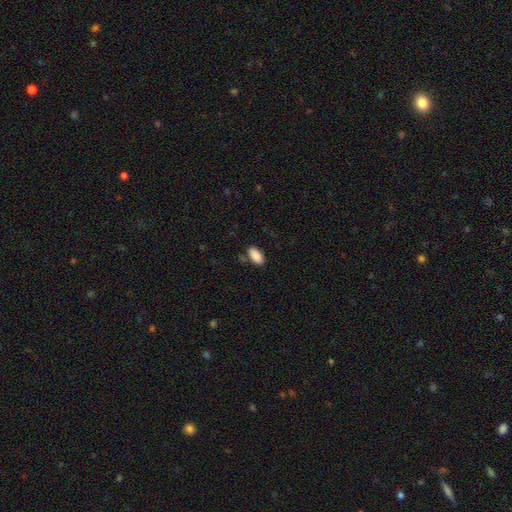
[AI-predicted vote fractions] Overall: smooth (89%). How rounded: in between (93%). Merging: none (81%).